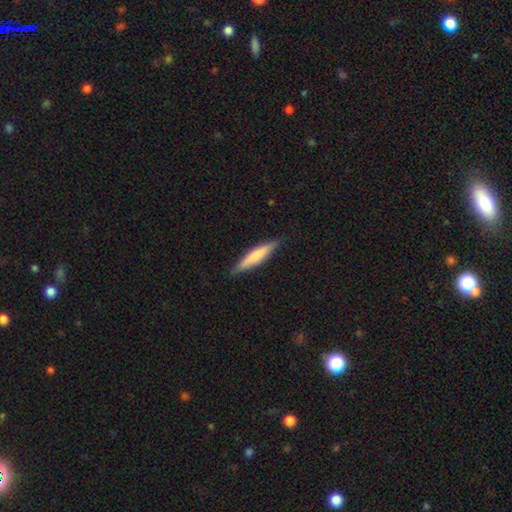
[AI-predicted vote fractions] Smooth or featured? smooth (61%)
How rounded? cigar-shaped (89%)
Merging? none (88%)